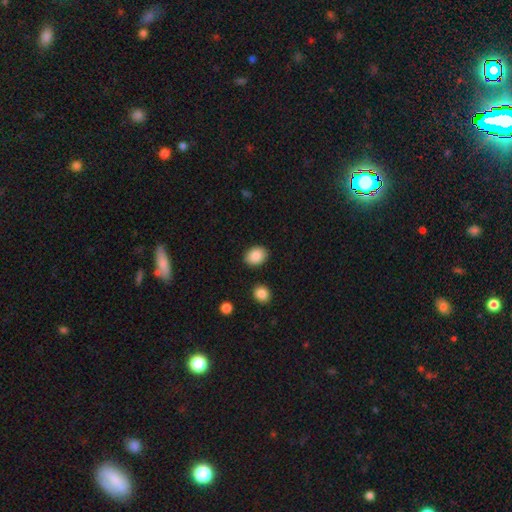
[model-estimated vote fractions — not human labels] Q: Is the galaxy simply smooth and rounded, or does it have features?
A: smooth — 88%.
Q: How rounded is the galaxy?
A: in between — 59%.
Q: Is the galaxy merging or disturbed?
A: none — 88%.